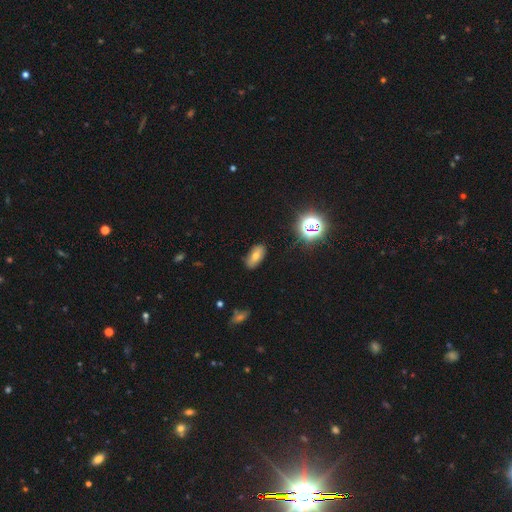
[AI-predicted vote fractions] The model was most divided on "smooth or featured": smooth: 65%, featured or disk: 18%, star or artifact: 17%. More confident: how rounded — in between (87%); merging — none (82%).